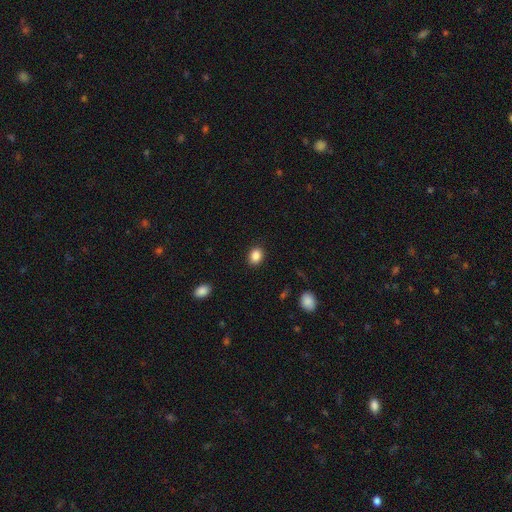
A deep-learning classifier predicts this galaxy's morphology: The model was most divided on "how rounded": in between: 51%, round: 48%, cigar-shaped: 1%. More confident: merging — none (90%); smooth or featured — smooth (87%).